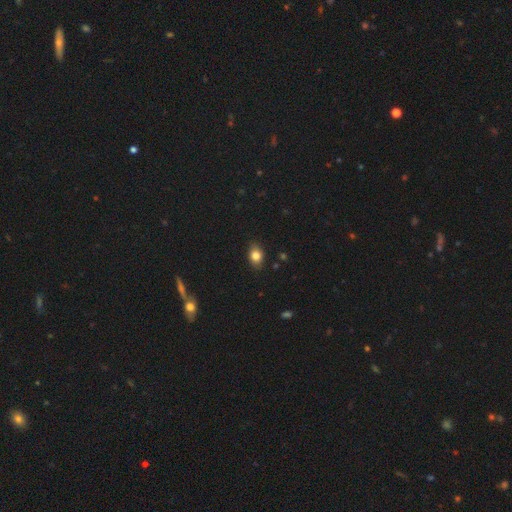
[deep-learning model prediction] Smooth or featured: smooth — 82% (star or artifact — 9%)
How rounded: in between — 72% (round — 26%)
Merging: none — 83% (minor disturbance — 13%)